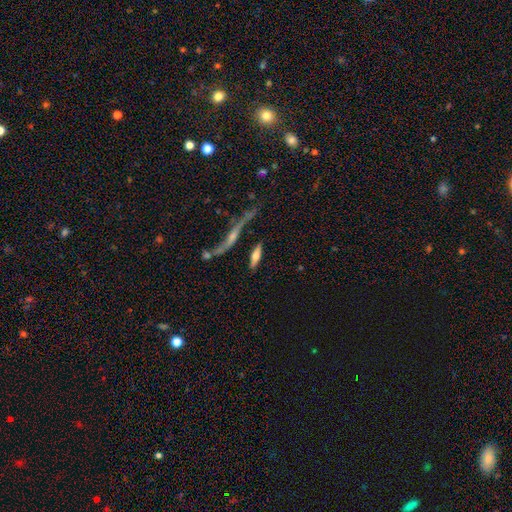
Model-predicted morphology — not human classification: Q: Smooth or featured?
A: smooth (49%); runner-up: featured or disk (44%)
Q: Merging?
A: none (69%); runner-up: minor disturbance (15%)